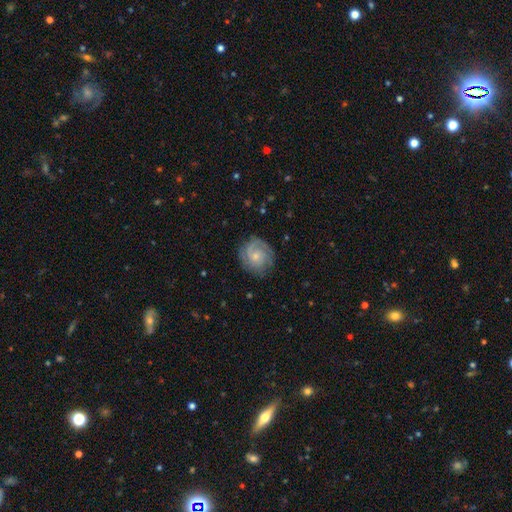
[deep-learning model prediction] This appears to be a featured or disk galaxy (71%) with no bar (76%), 2 (41%) tight (64%) spiral arms (93%) and a small central bulge (61%). Merging: none (78%).